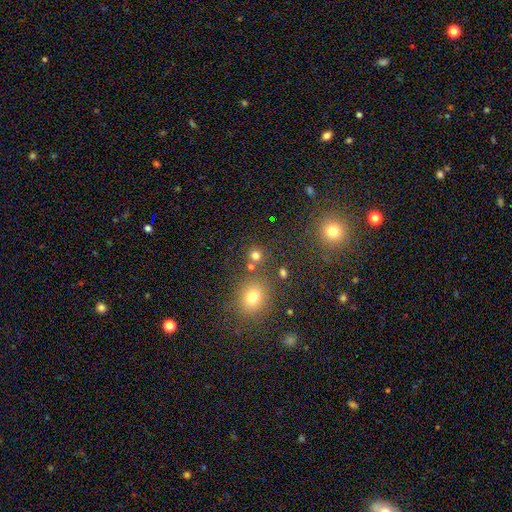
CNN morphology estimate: This appears to be a smooth galaxy with no disk features (74%) that is round (88%). Merging: none (76%).